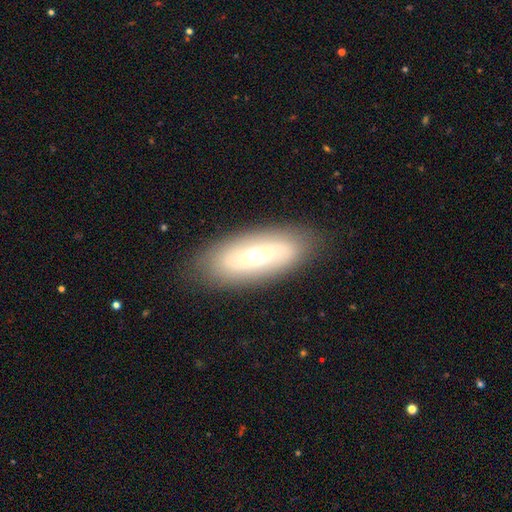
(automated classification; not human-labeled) smooth 46%, featured or disk 45%, star or artifact 9%. Down the decision tree: merging — none (82%).